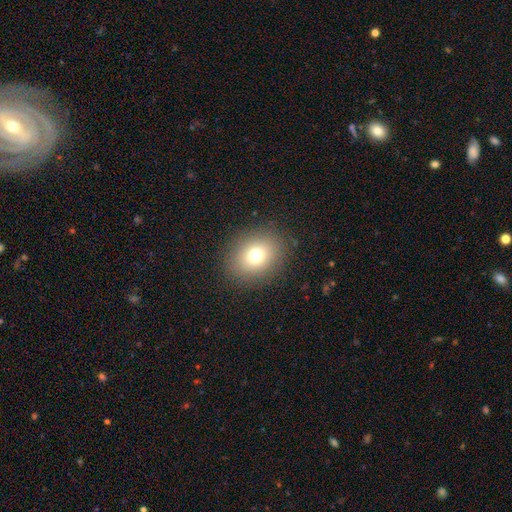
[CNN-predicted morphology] smooth 74%, star or artifact 14%, featured or disk 12%. Down the decision tree: how rounded — round (56%); merging — none (87%).